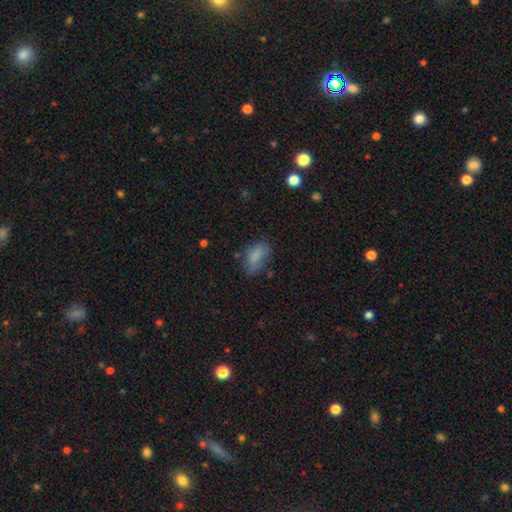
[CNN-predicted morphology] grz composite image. It shows a smooth galaxy with no disk features (81%) that is in between round and cigar-shaped (90%). Merging: none (62%).